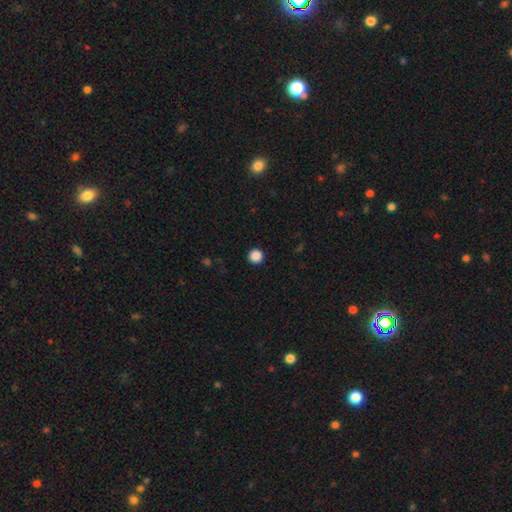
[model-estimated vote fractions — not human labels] smooth-or-featured: smooth: 87% | star or artifact: 10% | featured or disk: 2%
  how-rounded: round: 97% | in between: 2% | cigar-shaped: 1%
  merging: none: 94% | minor disturbance: 4% | major disturbance: 1% | merger: 1%